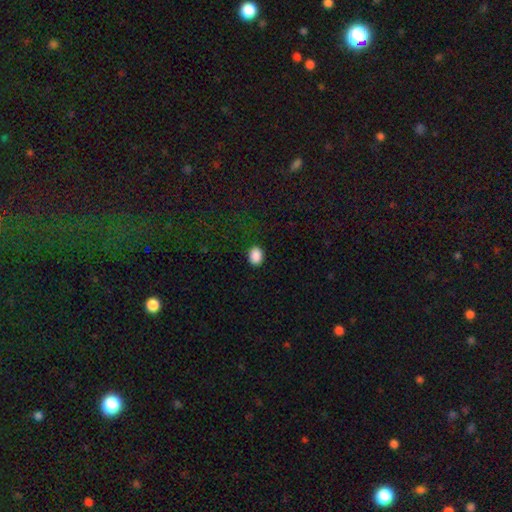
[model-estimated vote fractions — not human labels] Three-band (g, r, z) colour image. It shows a smooth galaxy with no disk features (89%) that is in between round and cigar-shaped (62%). Merging: none (88%).